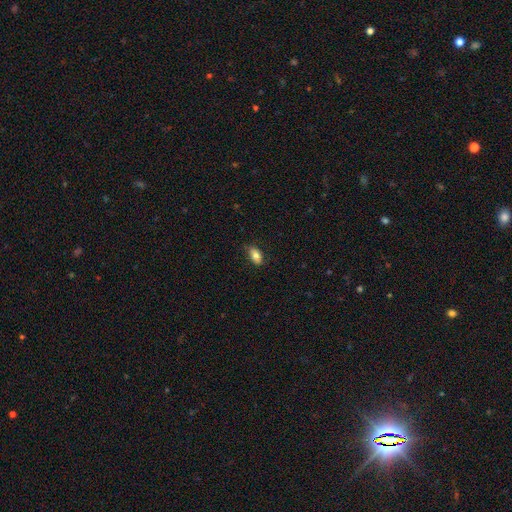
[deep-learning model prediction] smooth 79%, featured or disk 13%, star or artifact 8%. Down the decision tree: how rounded — in between (91%); merging — none (77%).